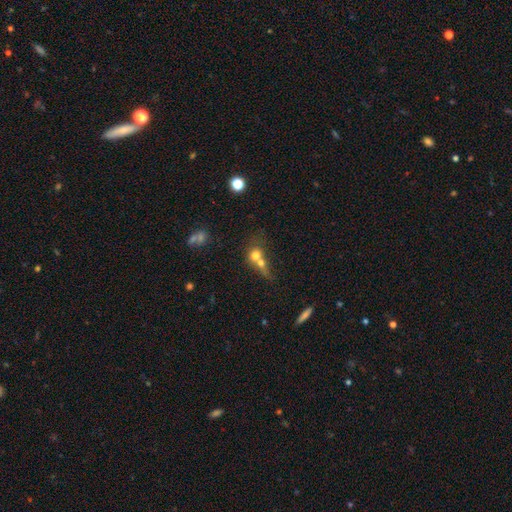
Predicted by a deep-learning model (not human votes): Q: Smooth or featured?
A: smooth (66%); runner-up: featured or disk (20%)
Q: How rounded?
A: round (68%); runner-up: in between (29%)
Q: Merging?
A: merger (68%); runner-up: none (19%)